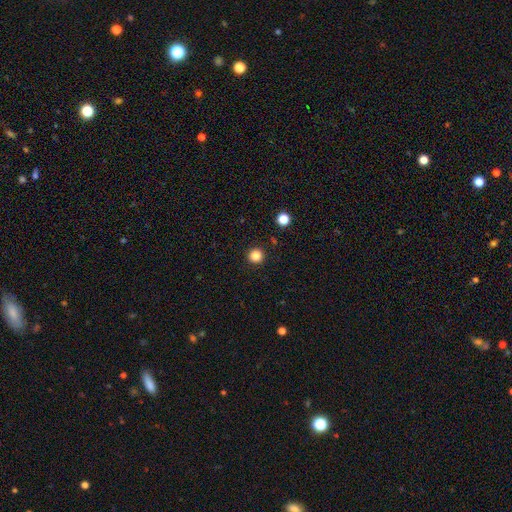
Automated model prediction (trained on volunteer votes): Overall: smooth (84%). How rounded: round (96%). Merging: none (93%).